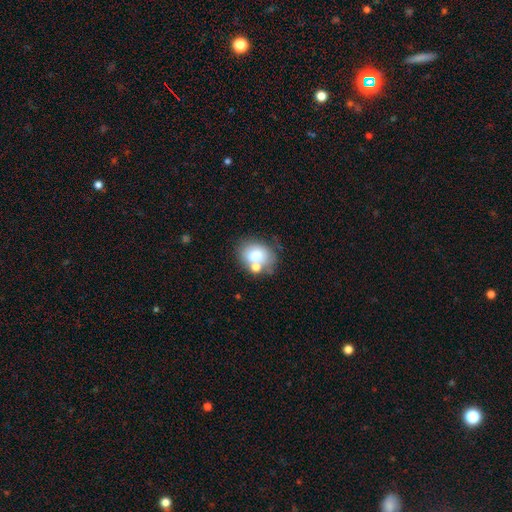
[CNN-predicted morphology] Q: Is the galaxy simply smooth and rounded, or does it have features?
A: smooth — 70%.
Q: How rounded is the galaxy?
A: in between — 54%.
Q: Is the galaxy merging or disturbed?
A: none — 53%.